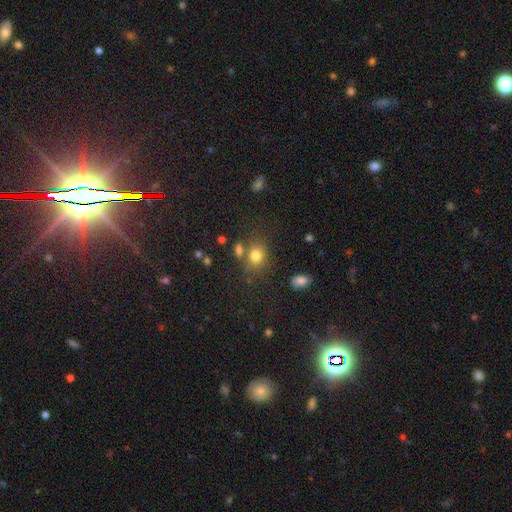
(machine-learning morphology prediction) smooth 77%, star or artifact 14%, featured or disk 9%. Down the decision tree: how rounded — round (50%); merging — none (65%).